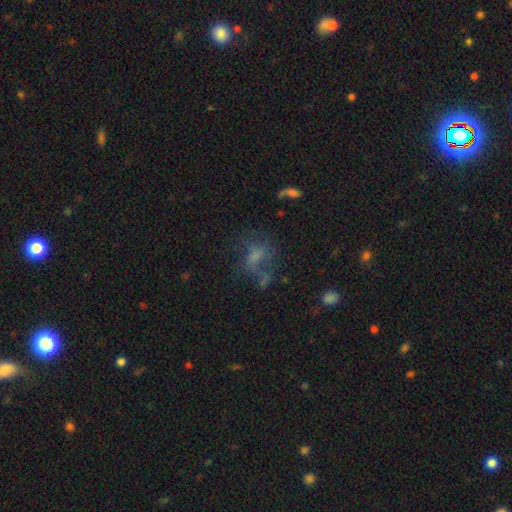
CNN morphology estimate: This is marginally a smooth galaxy (44%). Merging: marginally major disturbance (37%).